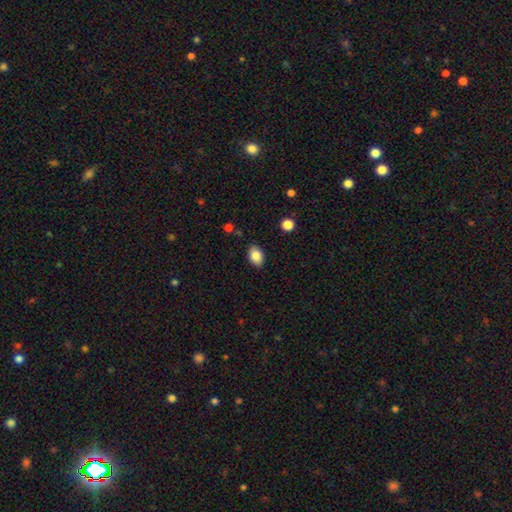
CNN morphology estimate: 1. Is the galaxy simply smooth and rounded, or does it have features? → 85% smooth, 8% star or artifact, 7% featured or disk.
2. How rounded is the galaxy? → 86% in between, 13% round, 1% cigar-shaped.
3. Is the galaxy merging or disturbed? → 85% none, 11% minor disturbance, 2% major disturbance, 1% merger.